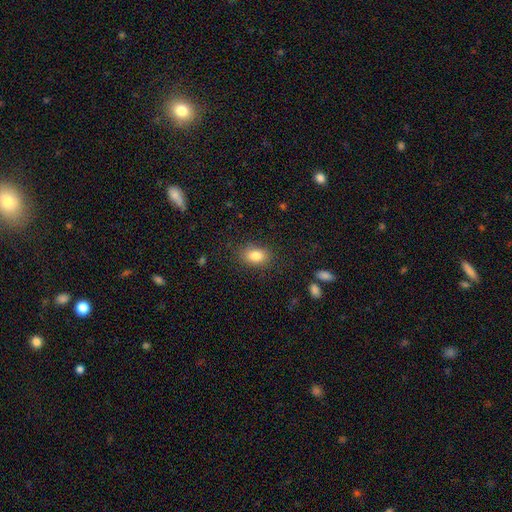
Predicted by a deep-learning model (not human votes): Smooth or featured? Predicted: smooth (p=0.84). How rounded? Predicted: in between (p=0.81). Merging? Predicted: none (p=0.84).